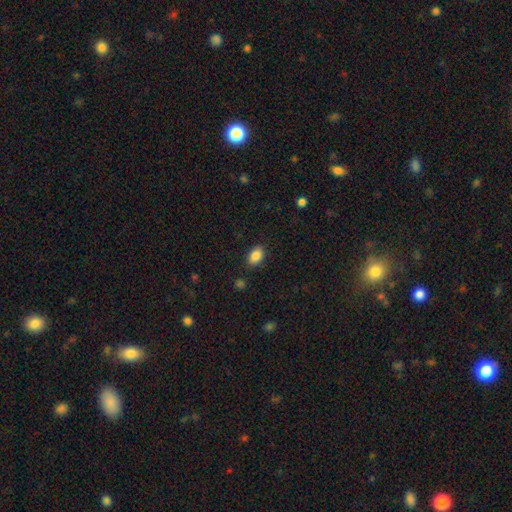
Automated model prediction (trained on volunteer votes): The model was most divided on "how rounded": in between: 84%, round: 15%, cigar-shaped: 1%. More confident: smooth or featured — smooth (86%); merging — none (86%).